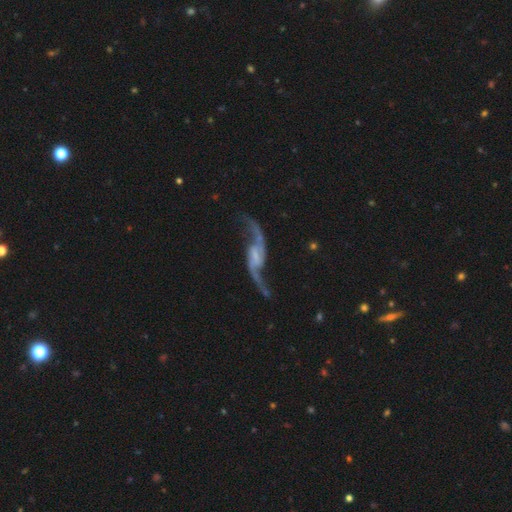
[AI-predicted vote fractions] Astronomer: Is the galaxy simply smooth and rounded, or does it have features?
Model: featured or disk — 90%.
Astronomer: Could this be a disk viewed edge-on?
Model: no — 94%.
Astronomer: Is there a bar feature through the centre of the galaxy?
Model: weak — 42% (runner-up: no, 35%).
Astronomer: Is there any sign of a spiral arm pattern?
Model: yes — 96%.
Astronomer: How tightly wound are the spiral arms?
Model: loose — 90%.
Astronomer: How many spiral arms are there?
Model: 2 — 94%.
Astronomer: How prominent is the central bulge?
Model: small — 41% (runner-up: none, 37%).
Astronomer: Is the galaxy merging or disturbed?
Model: none — 68%.